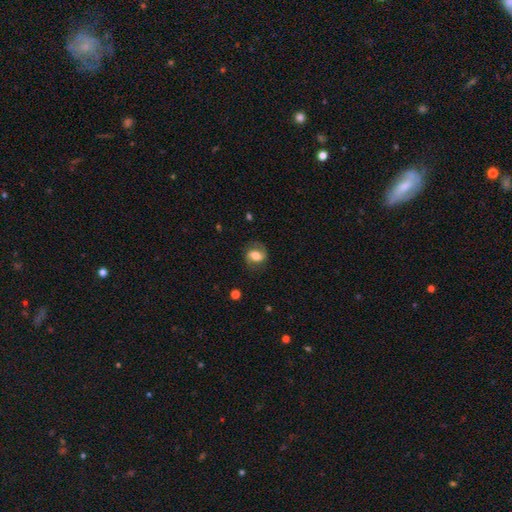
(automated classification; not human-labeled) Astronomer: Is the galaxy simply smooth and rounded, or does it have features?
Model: featured or disk — 52% (runner-up: smooth, 39%).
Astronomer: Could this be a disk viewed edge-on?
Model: no — 96%.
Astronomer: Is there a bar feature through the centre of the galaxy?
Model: weak — 41% (runner-up: no, 35%).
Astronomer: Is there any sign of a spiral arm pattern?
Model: yes — 86%.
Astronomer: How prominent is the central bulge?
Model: moderate — 49% (runner-up: large, 31%).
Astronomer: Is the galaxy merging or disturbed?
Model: none — 72%.